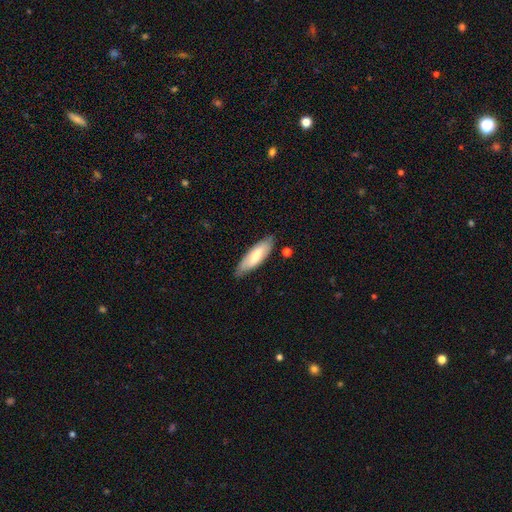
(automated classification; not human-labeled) Smooth or featured?
  - smooth: 69% *
  - featured or disk: 26%
  - star or artifact: 6%
How rounded?
  - in between: 56% *
  - cigar-shaped: 43%
  - round: 1%
Merging?
  - none: 77% *
  - minor disturbance: 18%
  - major disturbance: 3%
  - merger: 2%